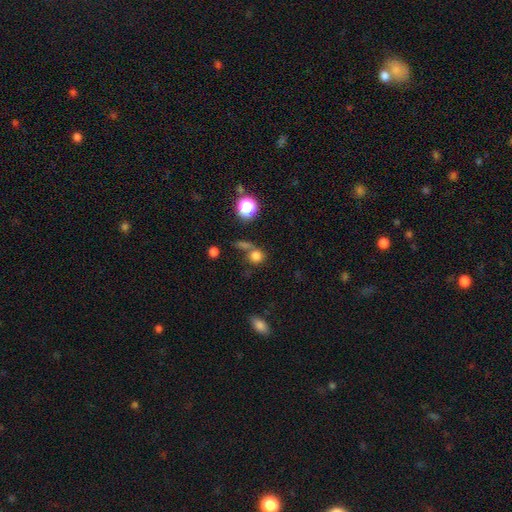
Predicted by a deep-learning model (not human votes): Smooth or featured?
  - smooth: 76% *
  - star or artifact: 16%
  - featured or disk: 7%
How rounded?
  - round: 85% *
  - in between: 14%
  - cigar-shaped: 2%
Merging?
  - none: 52% *
  - merger: 28%
  - minor disturbance: 12%
  - major disturbance: 8%